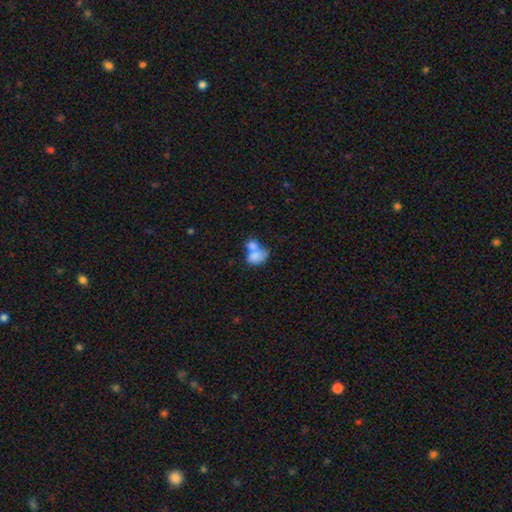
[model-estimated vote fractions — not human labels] smooth 77%, featured or disk 15%, star or artifact 8%. Down the decision tree: how rounded — in between (78%); merging — merger (68%).